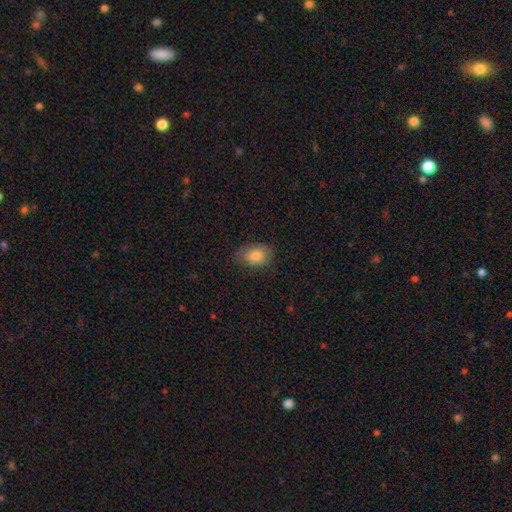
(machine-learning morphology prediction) Smooth or featured? smooth (82%)
How rounded? in between (70%)
Merging? none (75%)